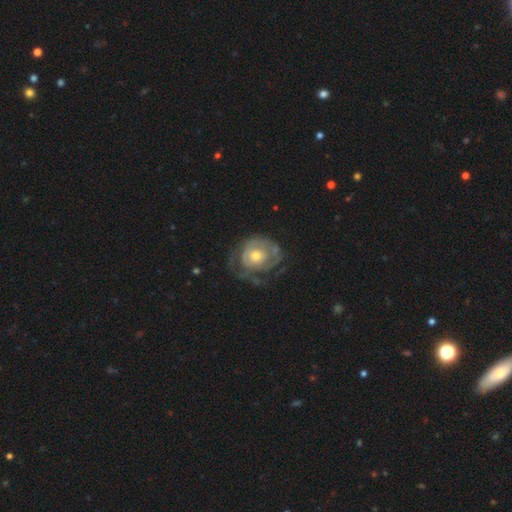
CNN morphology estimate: featured or disk 71%, smooth 24%, star or artifact 6%. Down the decision tree: edge-on disk — no (97%); bar — no (83%); spiral arms — yes (68%); bulge size — moderate (63%); merging — none (52%).